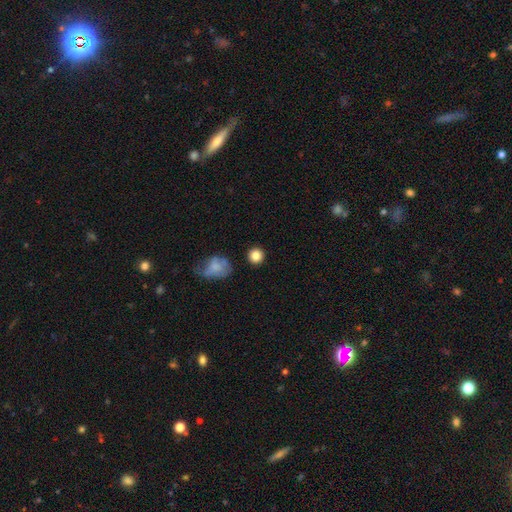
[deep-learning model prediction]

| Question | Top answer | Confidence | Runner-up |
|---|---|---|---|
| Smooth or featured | smooth | 85% | star or artifact (10%) |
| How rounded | round | 91% | in between (7%) |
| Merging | none | 85% | minor disturbance (9%) |